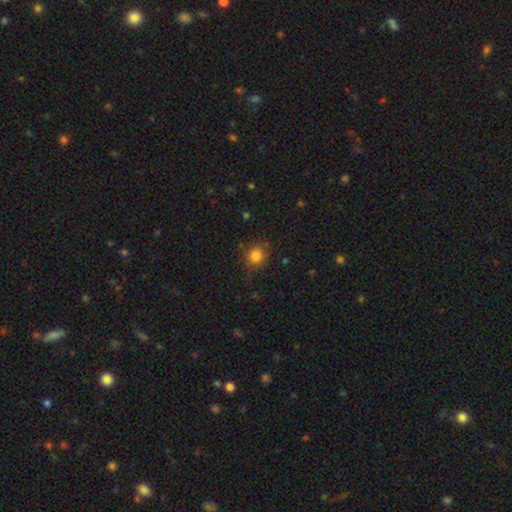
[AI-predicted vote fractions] Overall: smooth (81%). How rounded: round (85%). Merging: none (82%).